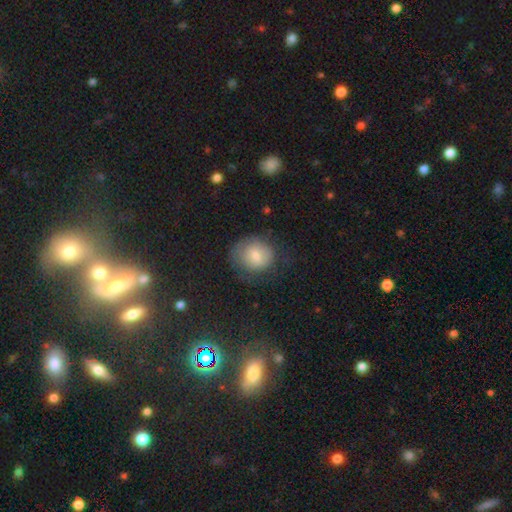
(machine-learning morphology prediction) smooth 71%, featured or disk 20%, star or artifact 9%. Down the decision tree: how rounded — round (75%); merging — none (63%).